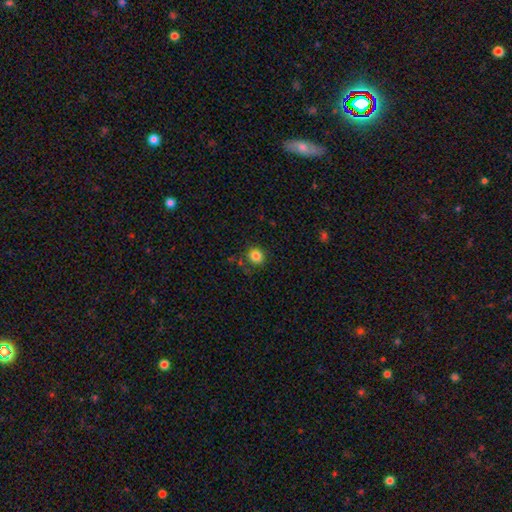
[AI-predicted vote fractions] smooth_or_featured: smooth (p=0.83) [alt: star or artifact p=0.12]
how_rounded: round (p=0.85) [alt: in between p=0.14]
merging: none (p=0.81) [alt: minor disturbance p=0.12]